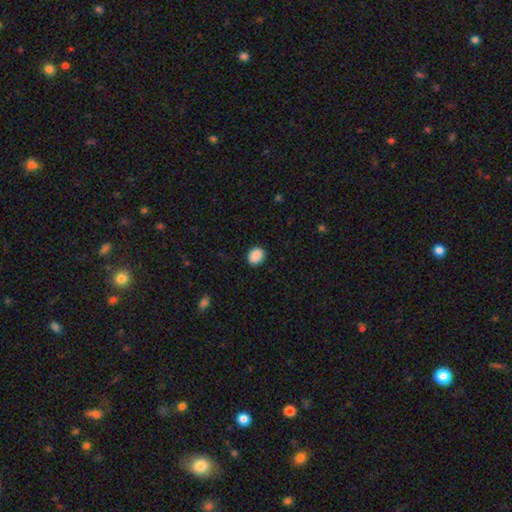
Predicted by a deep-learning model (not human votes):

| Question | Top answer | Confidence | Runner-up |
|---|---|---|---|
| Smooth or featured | smooth | 89% | star or artifact (8%) |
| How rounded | round | 51% | in between (48%) |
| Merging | none | 87% | minor disturbance (9%) |